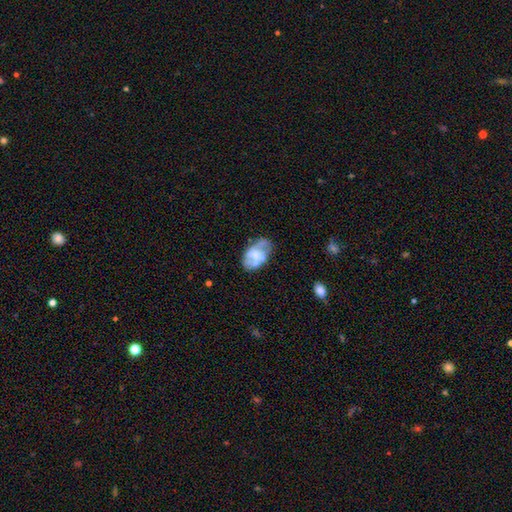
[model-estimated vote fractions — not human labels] This is possibly a featured or disk galaxy (52%). It is clearly not viewed edge-on (96%). Merging: possibly none (47%).